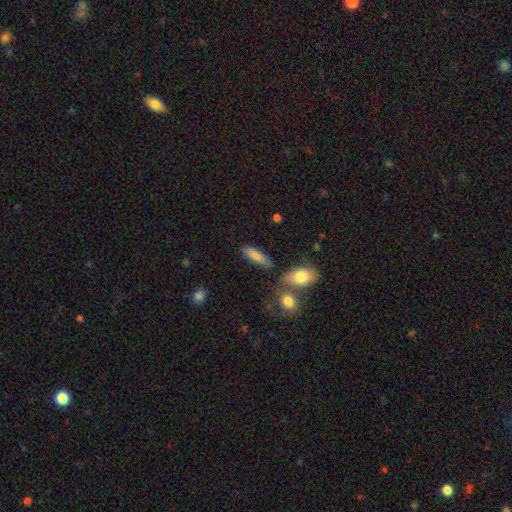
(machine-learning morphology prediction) smooth-or-featured: smooth: 81% | featured or disk: 12% | star or artifact: 7%
  how-rounded: in between: 51% | cigar-shaped: 46% | round: 3%
  merging: none: 71% | minor disturbance: 15% | merger: 10% | major disturbance: 5%